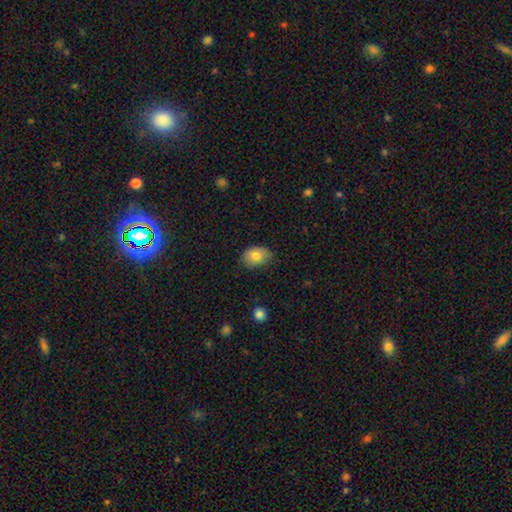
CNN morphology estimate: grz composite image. It shows a smooth galaxy with no disk features (77%) that is in between round and cigar-shaped (74%). Merging: none (72%).